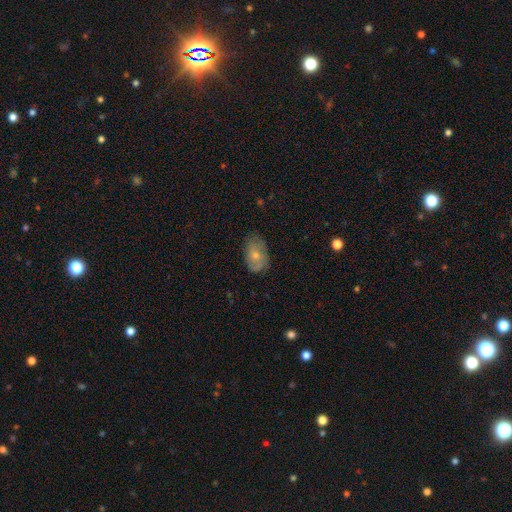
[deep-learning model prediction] Smooth or featured? smooth (63%)
How rounded? in between (87%)
Merging? none (63%)